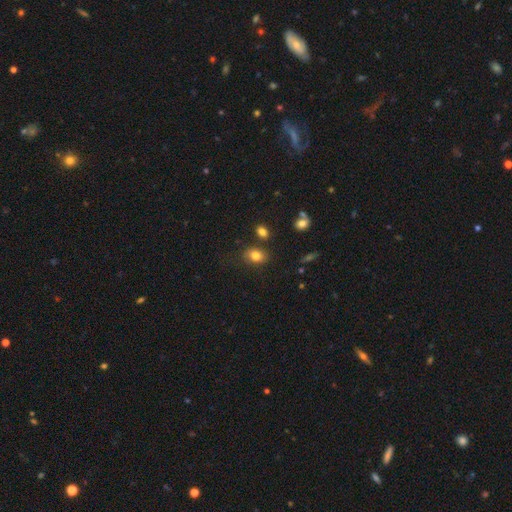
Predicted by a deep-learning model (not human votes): smooth_or_featured: smooth (p=0.81) [alt: star or artifact p=0.11]
how_rounded: in between (p=0.67) [alt: round p=0.32]
merging: none (p=0.76) [alt: minor disturbance p=0.14]